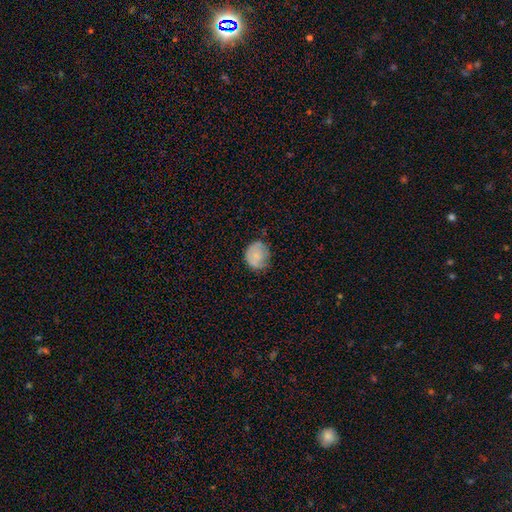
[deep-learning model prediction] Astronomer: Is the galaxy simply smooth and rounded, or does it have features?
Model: smooth — 75%.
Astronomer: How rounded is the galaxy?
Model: round — 69%.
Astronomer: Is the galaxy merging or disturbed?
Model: none — 61%.